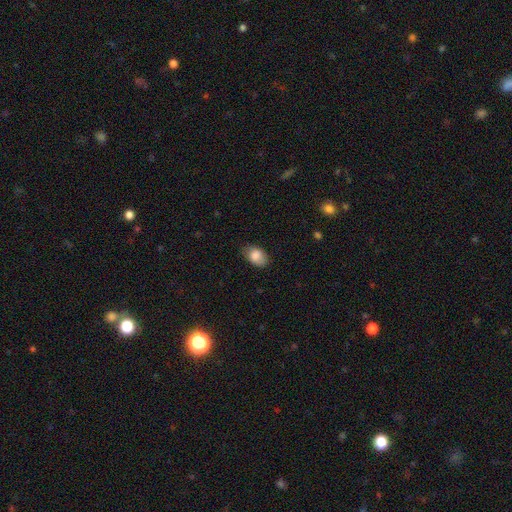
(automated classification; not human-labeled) Morphology: type=smooth (84%); roundness=in between (87%); merging=none (75%).